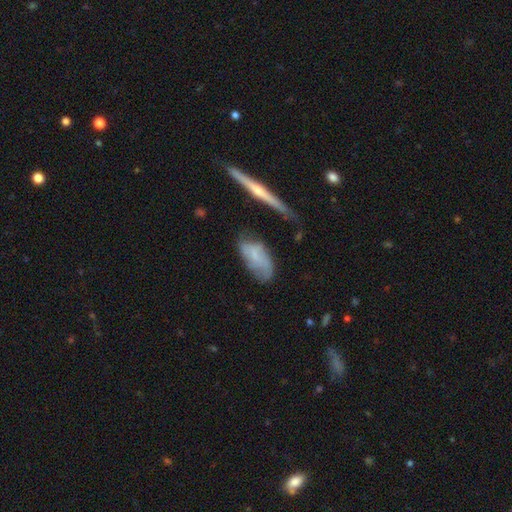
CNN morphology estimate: Smooth or featured? featured or disk (50%)
Edge-on disk? no (79%)
Merging? none (47%)